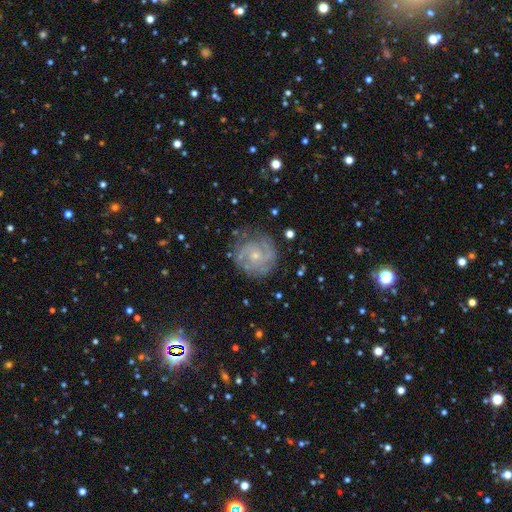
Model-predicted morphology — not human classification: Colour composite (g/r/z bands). It shows a featured or disk galaxy (82%) with no bar (70%), 2 (47%) tight (60%) spiral arms (94%) and a small central bulge (73%). Merging: none (78%).